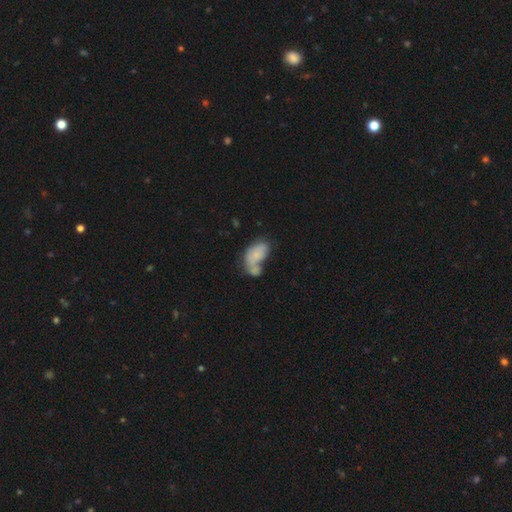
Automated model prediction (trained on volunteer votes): smooth_or_featured: smooth (p=0.71) [alt: featured or disk p=0.21]
how_rounded: in between (p=0.91) [alt: round p=0.06]
merging: merger (p=0.50) [alt: none p=0.23]